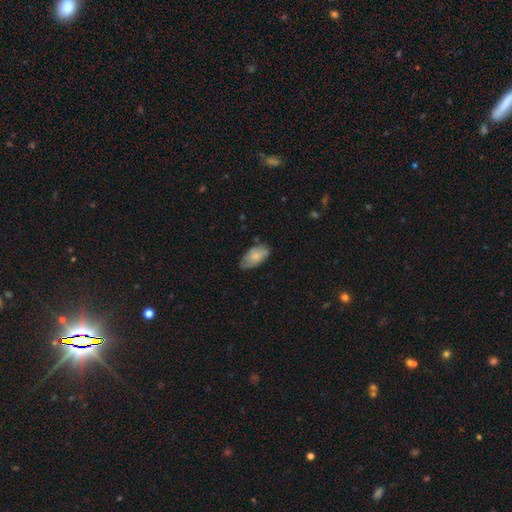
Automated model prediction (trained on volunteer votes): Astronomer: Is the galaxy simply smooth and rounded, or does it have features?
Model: smooth — 70%.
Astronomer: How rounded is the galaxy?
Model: in between — 93%.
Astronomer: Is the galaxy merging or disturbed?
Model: none — 64%.